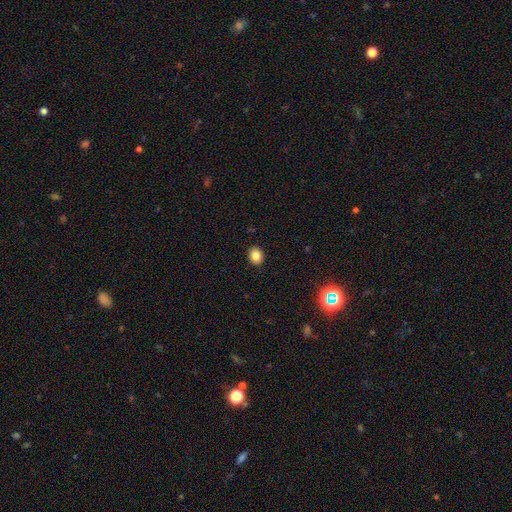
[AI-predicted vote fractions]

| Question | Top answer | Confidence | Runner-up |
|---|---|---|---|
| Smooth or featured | smooth | 85% | star or artifact (10%) |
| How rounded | round | 58% | in between (41%) |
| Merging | none | 91% | minor disturbance (6%) |